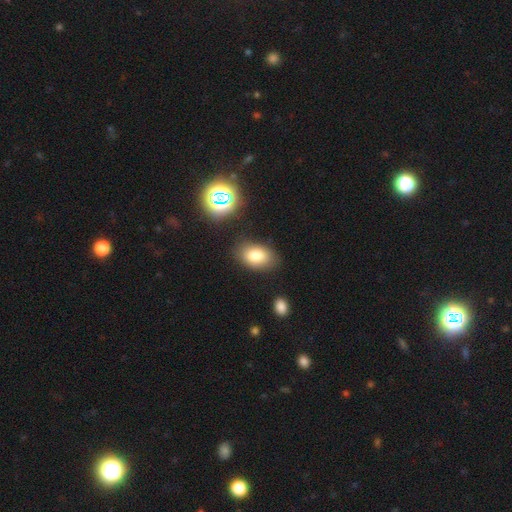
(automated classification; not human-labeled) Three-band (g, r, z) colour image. It shows a smooth galaxy with no disk features (79%) that is in between round and cigar-shaped (87%). Merging: none (82%).